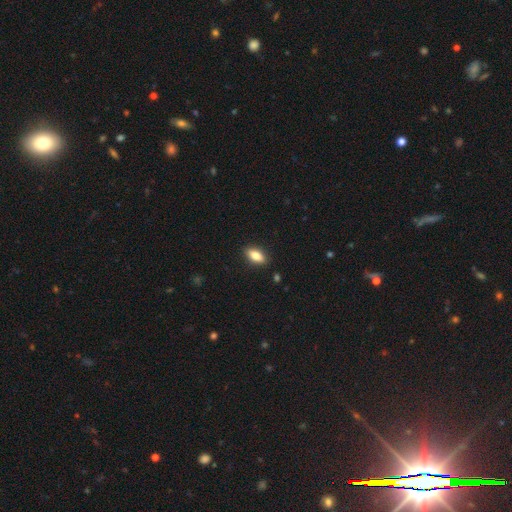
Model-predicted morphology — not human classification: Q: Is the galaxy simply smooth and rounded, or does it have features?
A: smooth — 83%.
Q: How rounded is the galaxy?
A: in between — 87%.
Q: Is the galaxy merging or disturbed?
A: none — 88%.